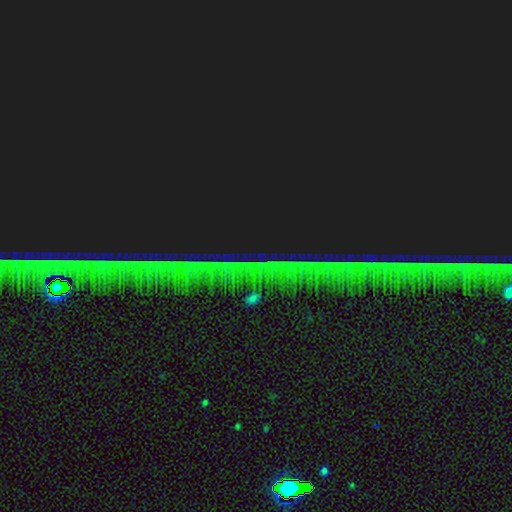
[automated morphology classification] This appears to be a star or artifact, not a galaxy (86%).